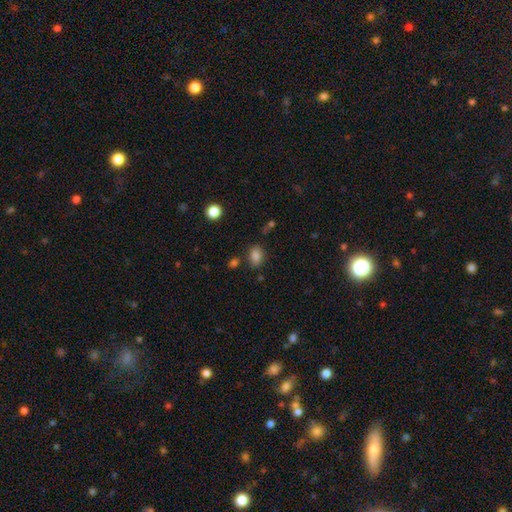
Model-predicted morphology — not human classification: Smooth or featured: smooth — 83% (star or artifact — 11%)
How rounded: in between — 75% (round — 24%)
Merging: none — 79% (minor disturbance — 13%)